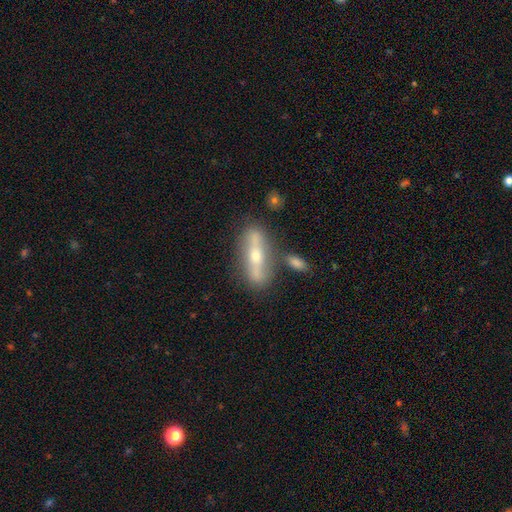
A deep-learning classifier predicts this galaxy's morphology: Overall: featured or disk (66%; smooth 27%). Edge-on disk: yes (63%; no 37%). Merging: none (77%).